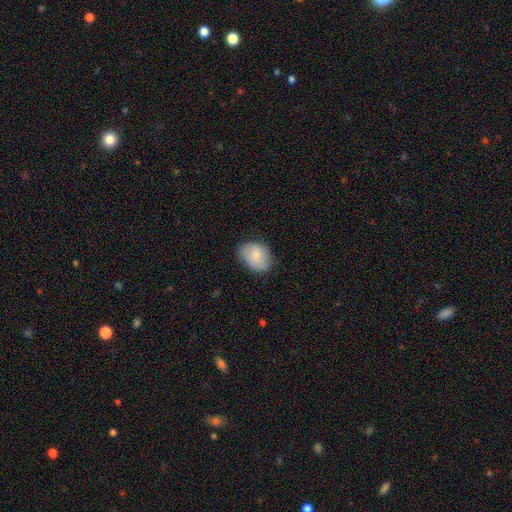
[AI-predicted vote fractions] Smooth or featured? smooth (77%)
How rounded? in between (70%)
Merging? none (69%)